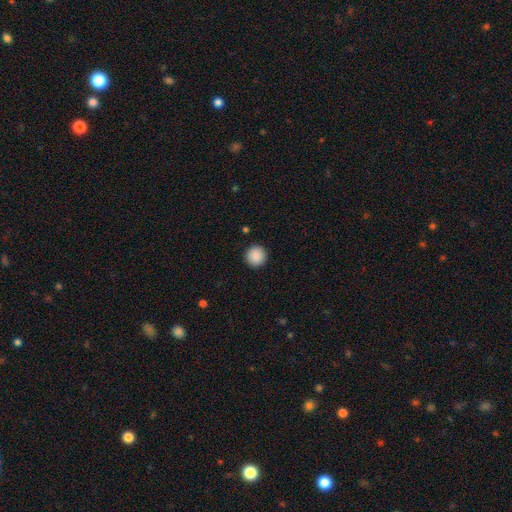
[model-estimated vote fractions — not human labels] Q: Smooth or featured?
A: smooth (90%); runner-up: star or artifact (8%)
Q: How rounded?
A: round (96%); runner-up: in between (3%)
Q: Merging?
A: none (93%); runner-up: minor disturbance (5%)